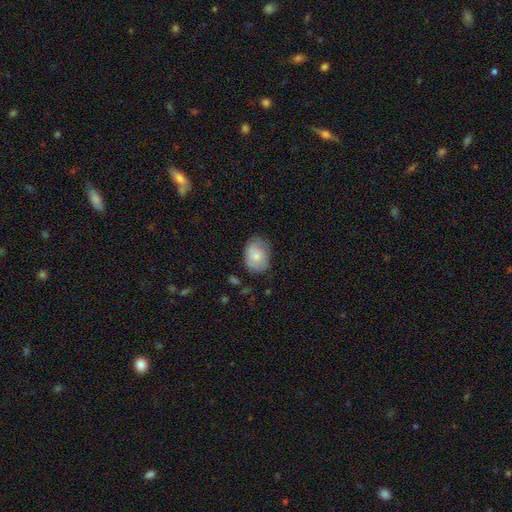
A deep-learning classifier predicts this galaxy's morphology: Overall: smooth (71%). How rounded: in between (68%; round 31%). Merging: none (64%; minor disturbance 26%).